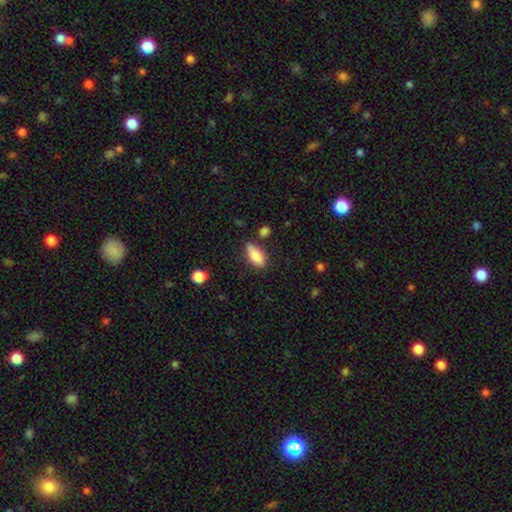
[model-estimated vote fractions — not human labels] This appears to be a smooth galaxy with no disk features (85%) that is in between round and cigar-shaped (85%). Merging: none (71%).